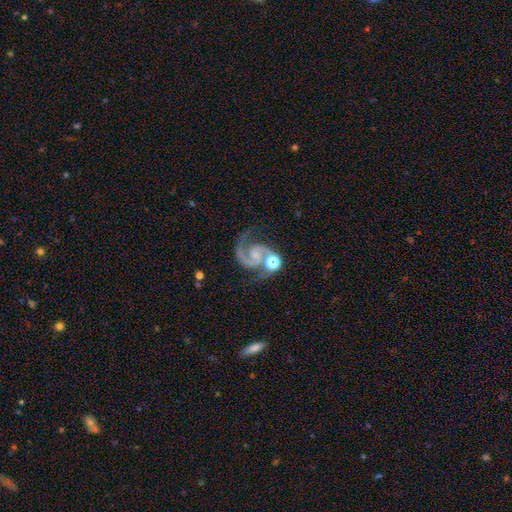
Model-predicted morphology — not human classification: featured or disk 89%, star or artifact 7%, smooth 5%. Down the decision tree: edge-on disk — no (98%); bar — no (58%); spiral arms — yes (98%); spiral arm count — 2 (86%); spiral winding — medium (60%); bulge size — small (47%); merging — none (56%).